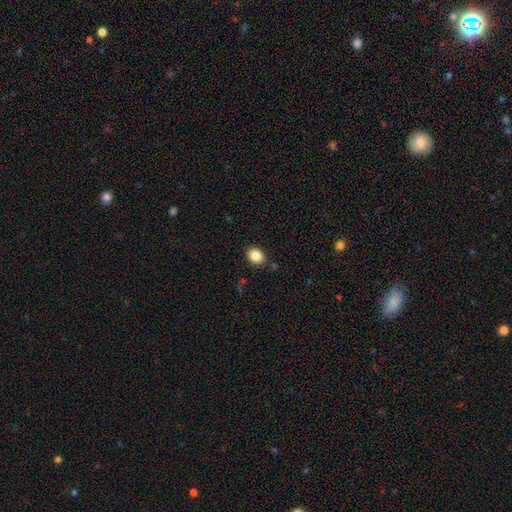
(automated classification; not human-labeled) A smooth galaxy with no disk features (86%) that is round (57%). Merging: none (87%).